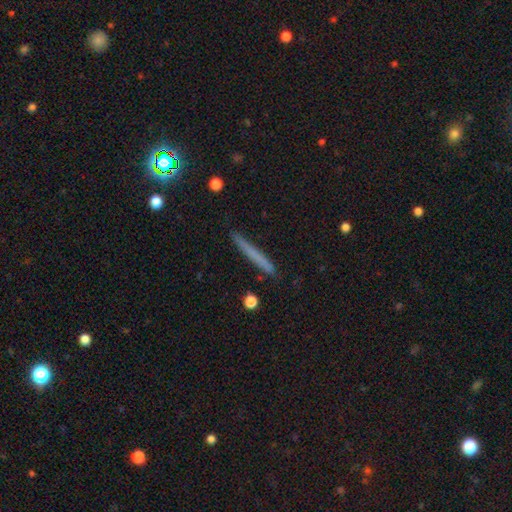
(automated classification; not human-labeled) A smooth galaxy with no disk features (61%) that is cigar-shaped (96%). Merging: none (87%).